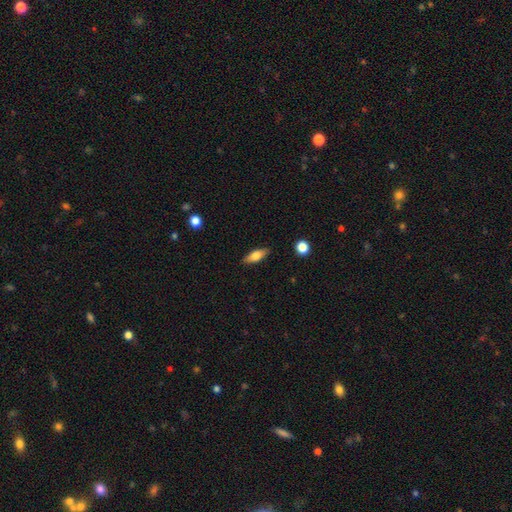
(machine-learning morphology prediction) Overall: smooth (69%). How rounded: in between (66%; cigar-shaped 30%). Merging: none (86%).